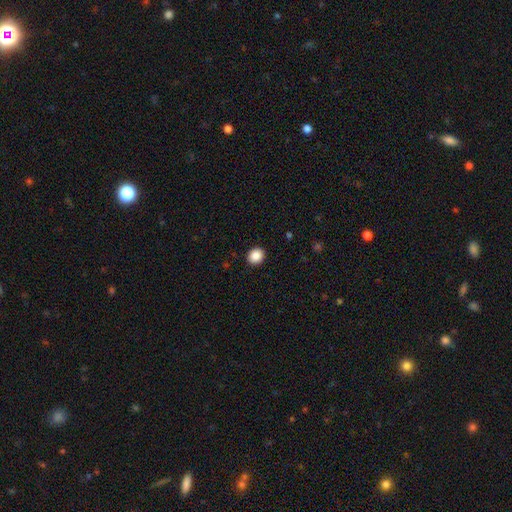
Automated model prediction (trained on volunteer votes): A smooth galaxy with no disk features (88%) that is round (74%). Merging: none (92%).